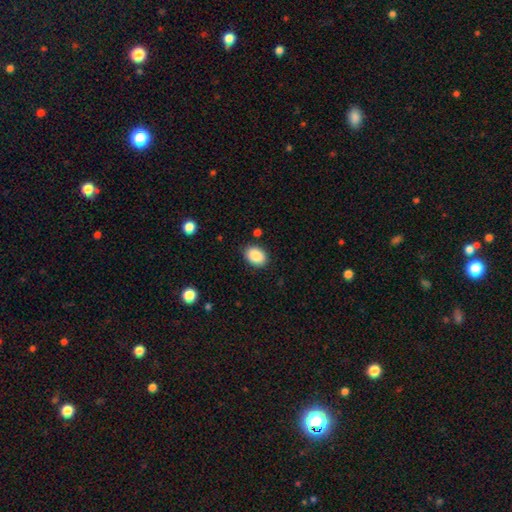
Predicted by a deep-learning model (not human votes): Overall: smooth (89%). How rounded: in between (77%). Merging: none (86%).